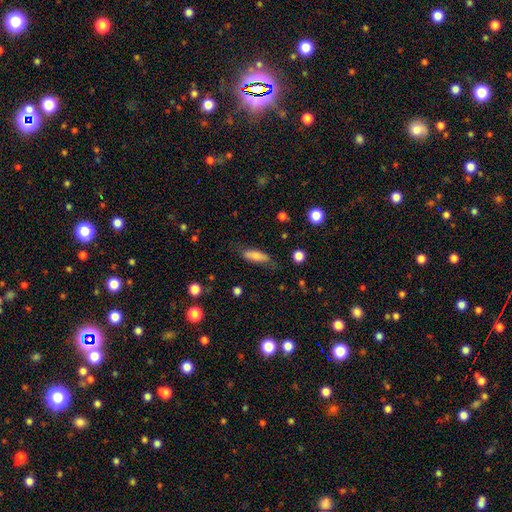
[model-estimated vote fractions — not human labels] smooth 73%, featured or disk 20%, star or artifact 7%. Down the decision tree: how rounded — in between (52%); merging — none (70%).